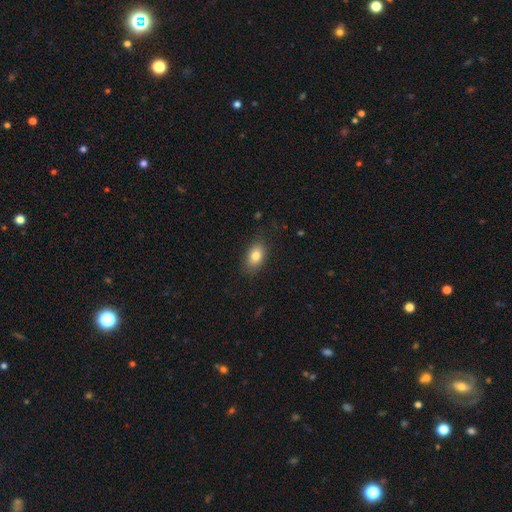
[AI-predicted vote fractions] Smooth or featured? Predicted: smooth (p=0.80). How rounded? Predicted: in between (p=0.85). Merging? Predicted: none (p=0.84).